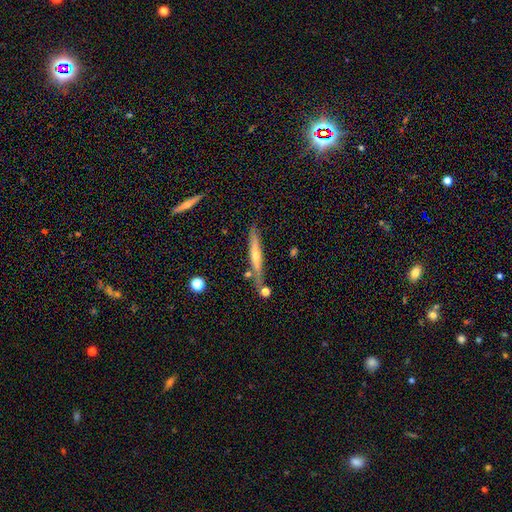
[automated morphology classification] Overall: featured or disk (62%; smooth 31%). Edge-on disk: yes (94%). Edge-on bulge: rounded (74%). Merging: none (77%).